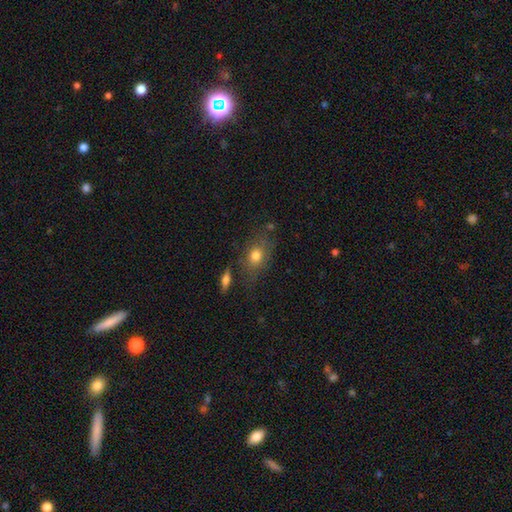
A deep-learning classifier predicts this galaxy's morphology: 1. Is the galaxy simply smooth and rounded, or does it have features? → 75% smooth, 16% featured or disk, 10% star or artifact.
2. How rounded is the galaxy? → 67% in between, 30% round, 3% cigar-shaped.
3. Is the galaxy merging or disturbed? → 66% none, 19% minor disturbance, 8% major disturbance, 7% merger.